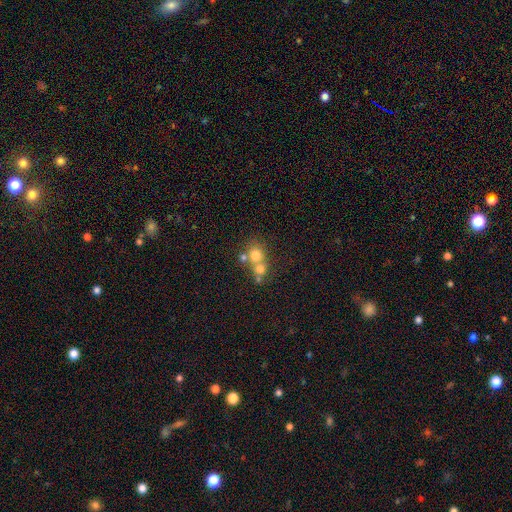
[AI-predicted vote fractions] Smooth or featured: smooth — 69% (featured or disk — 17%)
How rounded: round — 81% (in between — 18%)
Merging: merger — 52% (none — 38%)